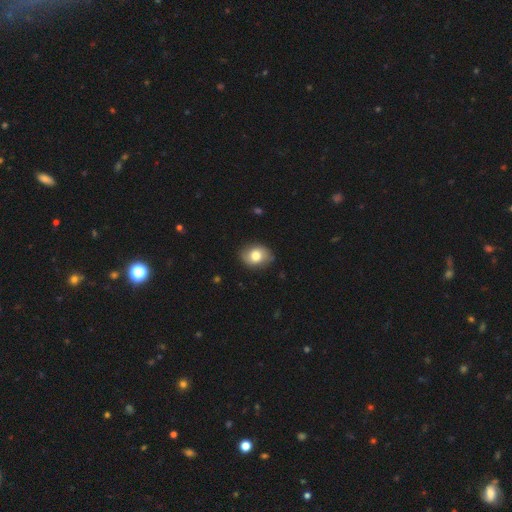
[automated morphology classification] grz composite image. It shows a smooth galaxy with no disk features (74%) that is in between round and cigar-shaped (60%). Merging: none (81%).